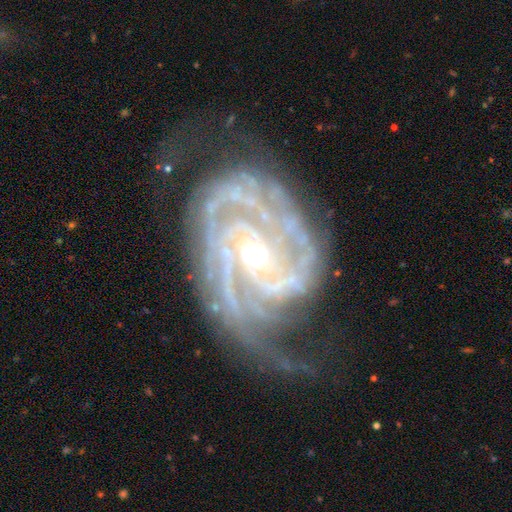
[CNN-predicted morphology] smooth_or_featured: featured or disk (p=0.92) [alt: star or artifact p=0.05]
disk_edge_on: no (p=0.97) [alt: yes p=0.03]
bar: no (p=0.56) [alt: weak p=0.31]
has_spiral_arms: yes (p=0.98) [alt: no p=0.02]
spiral_winding: tight (p=0.68) [alt: medium p=0.26]
spiral_arm_count: 2 (p=0.24) [alt: 3 p=0.22]
bulge_size: moderate (p=0.53) [alt: small p=0.42]
merging: none (p=0.55) [alt: minor disturbance p=0.24]